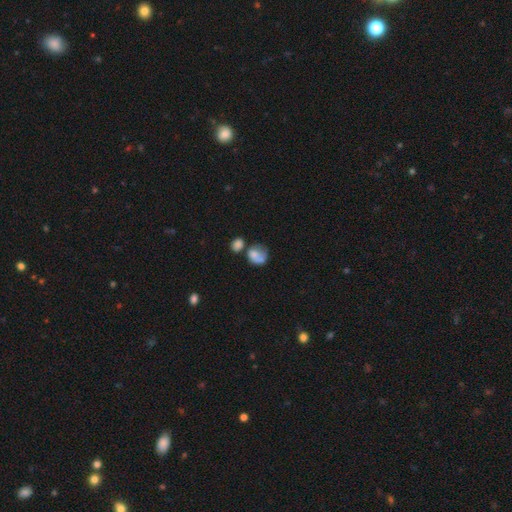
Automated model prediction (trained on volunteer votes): This is likely a smooth galaxy (69%). How rounded: possibly round (57%). Merging: marginally merger (36%).